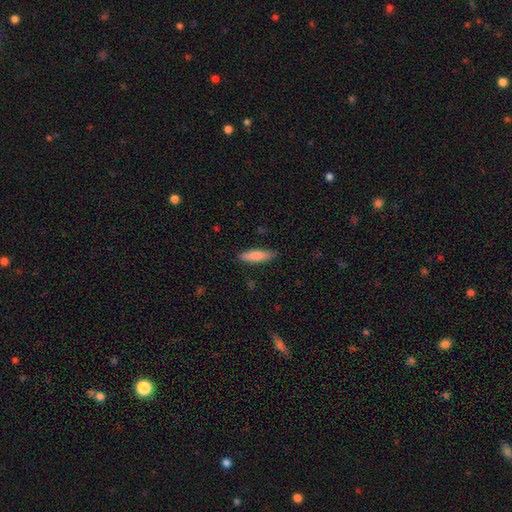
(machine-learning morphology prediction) Smooth or featured? smooth (78%)
How rounded? cigar-shaped (64%)
Merging? none (87%)